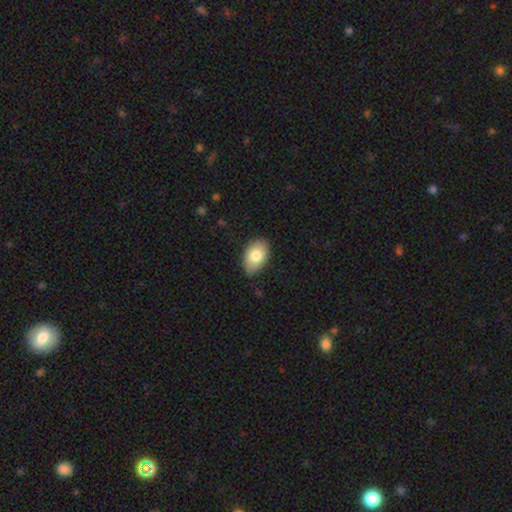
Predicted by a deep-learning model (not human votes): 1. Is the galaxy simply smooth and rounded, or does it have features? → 79% smooth, 14% featured or disk, 7% star or artifact.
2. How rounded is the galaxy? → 89% in between, 10% round, 1% cigar-shaped.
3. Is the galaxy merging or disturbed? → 79% none, 18% minor disturbance, 3% major disturbance, 1% merger.